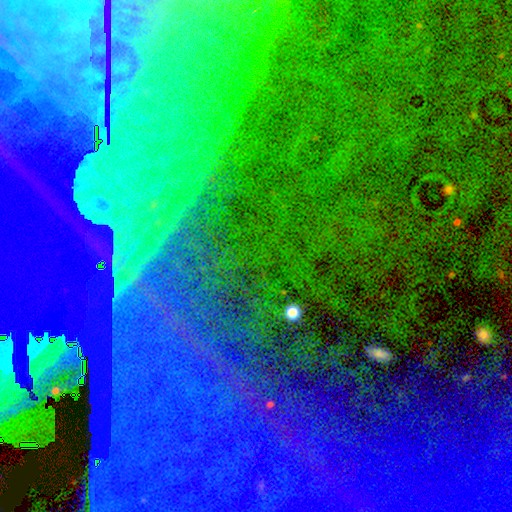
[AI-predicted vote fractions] This is likely a star or artifact rather than a galaxy (73%).